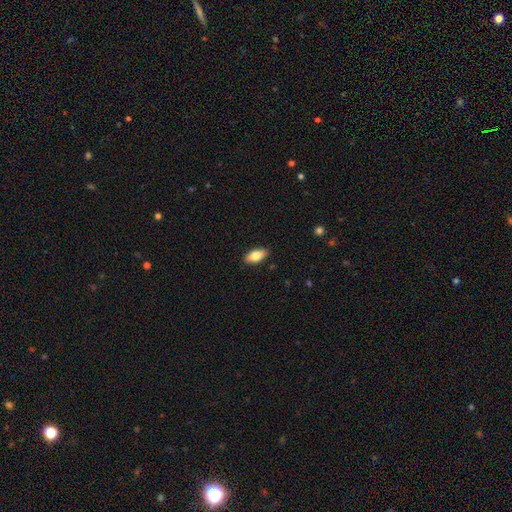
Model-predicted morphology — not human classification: Smooth or featured?
  - smooth: 78% *
  - featured or disk: 15%
  - star or artifact: 7%
How rounded?
  - in between: 89% *
  - cigar-shaped: 8%
  - round: 3%
Merging?
  - none: 89% *
  - minor disturbance: 9%
  - major disturbance: 2%
  - merger: 1%